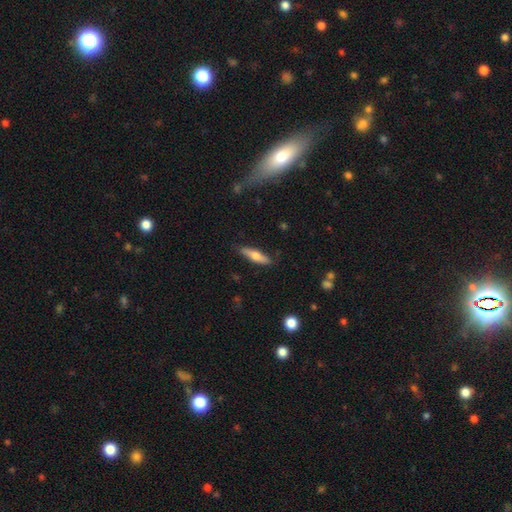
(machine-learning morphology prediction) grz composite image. It shows a smooth galaxy with no disk features (58%) that is cigar-shaped (72%). Merging: none (84%).